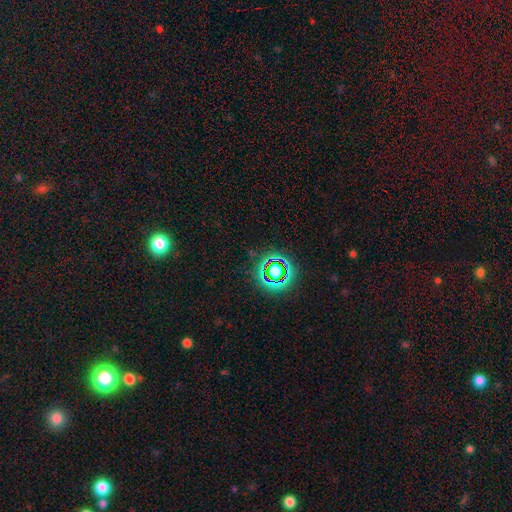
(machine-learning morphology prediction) smooth_or_featured: star or artifact (p=0.69) [alt: smooth p=0.20]